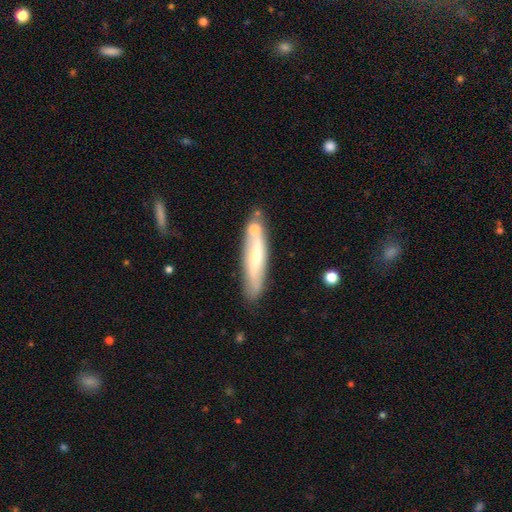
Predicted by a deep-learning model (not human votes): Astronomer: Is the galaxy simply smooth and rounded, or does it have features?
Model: featured or disk — 53% (runner-up: smooth, 40%).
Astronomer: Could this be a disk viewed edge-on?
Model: yes — 54% (runner-up: no, 46%).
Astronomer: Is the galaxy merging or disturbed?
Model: none — 71%.